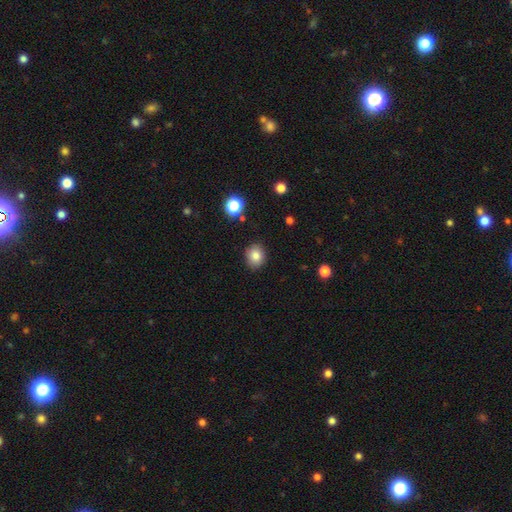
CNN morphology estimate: Q: Smooth or featured?
A: smooth (83%); runner-up: star or artifact (10%)
Q: How rounded?
A: round (69%); runner-up: in between (30%)
Q: Merging?
A: none (88%); runner-up: minor disturbance (9%)